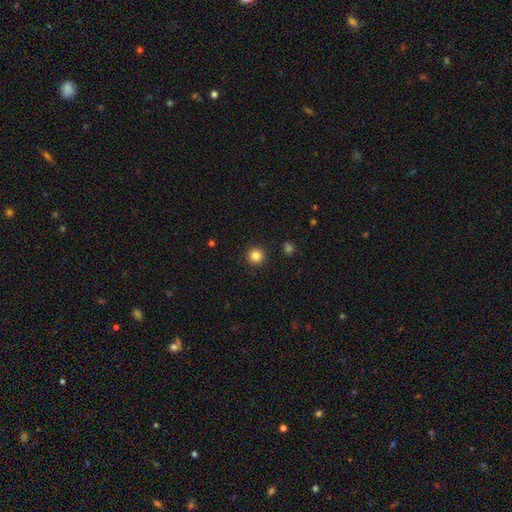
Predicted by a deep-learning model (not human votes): Smooth or featured? smooth (85%)
How rounded? round (95%)
Merging? none (92%)